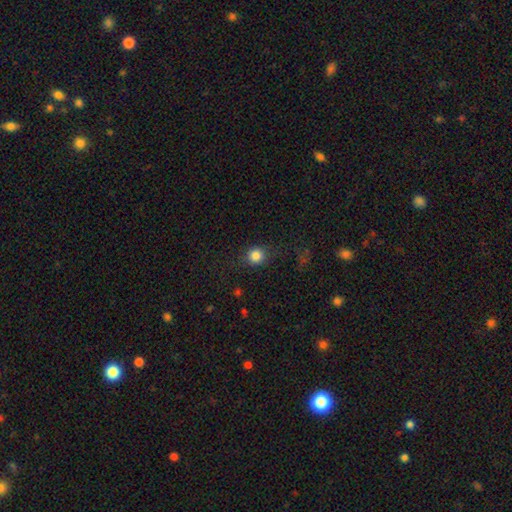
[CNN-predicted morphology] Smooth or featured? Predicted: smooth (p=0.83). How rounded? Predicted: round (p=0.89). Merging? Predicted: none (p=0.81).